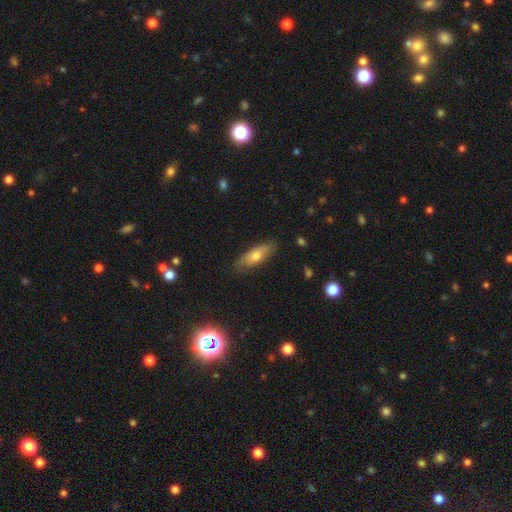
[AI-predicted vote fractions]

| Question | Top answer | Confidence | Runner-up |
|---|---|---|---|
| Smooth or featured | smooth | 62% | featured or disk (32%) |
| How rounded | in between | 58% | cigar-shaped (39%) |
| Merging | none | 84% | minor disturbance (13%) |